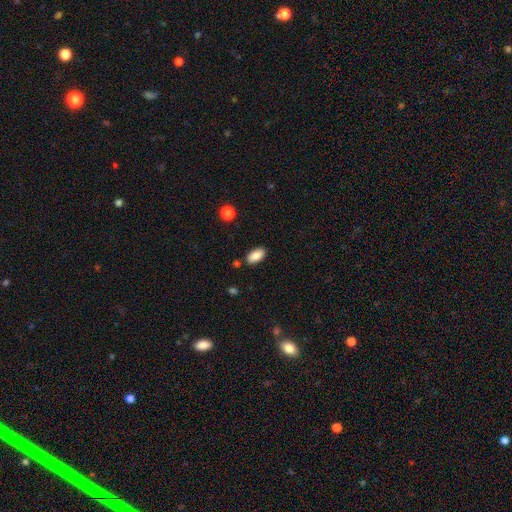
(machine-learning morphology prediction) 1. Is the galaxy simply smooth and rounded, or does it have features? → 84% smooth, 8% featured or disk, 7% star or artifact.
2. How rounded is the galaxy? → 93% in between, 4% cigar-shaped, 3% round.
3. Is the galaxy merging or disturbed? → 85% none, 10% minor disturbance, 3% merger, 2% major disturbance.